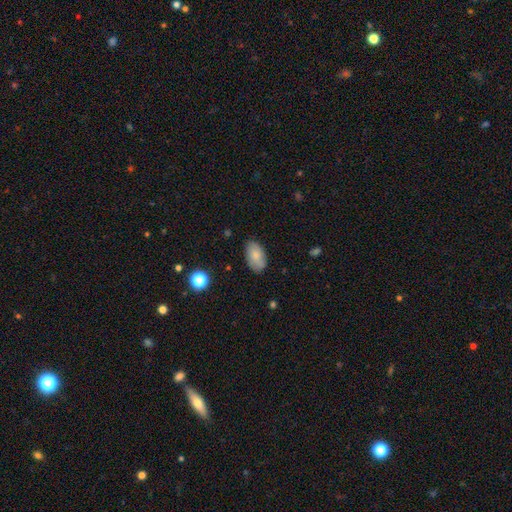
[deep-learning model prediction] Q: Smooth or featured?
A: smooth (81%); runner-up: featured or disk (12%)
Q: How rounded?
A: in between (94%); runner-up: round (5%)
Q: Merging?
A: none (81%); runner-up: minor disturbance (15%)